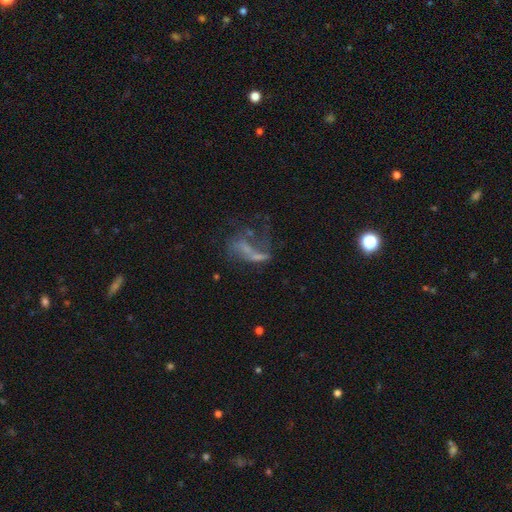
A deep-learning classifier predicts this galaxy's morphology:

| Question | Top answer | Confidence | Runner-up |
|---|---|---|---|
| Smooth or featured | featured or disk | 53% | smooth (25%) |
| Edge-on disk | no | 92% | yes (8%) |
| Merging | major disturbance | 41% | none (31%) |